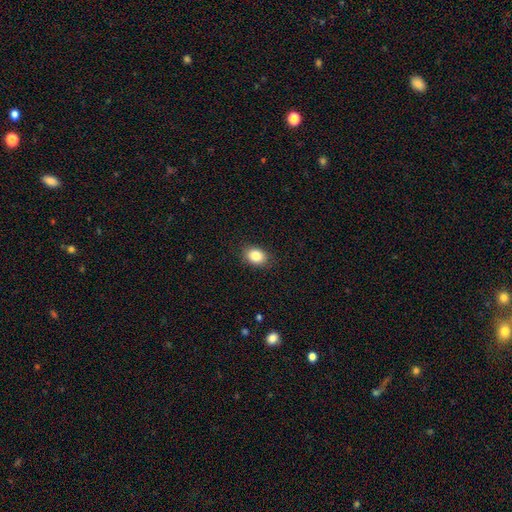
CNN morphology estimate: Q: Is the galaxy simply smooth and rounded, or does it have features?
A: smooth — 86%.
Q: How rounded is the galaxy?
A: in between — 68%.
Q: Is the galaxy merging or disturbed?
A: none — 86%.